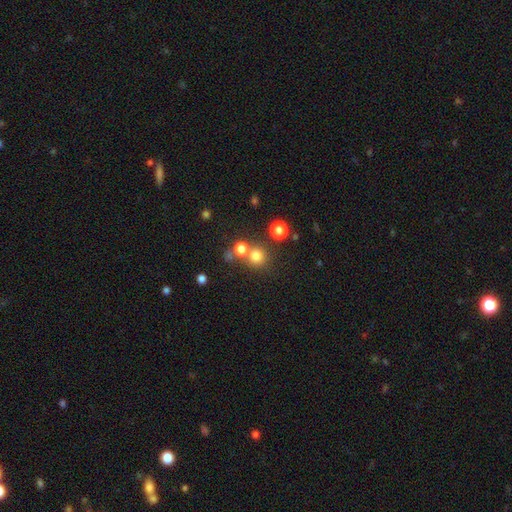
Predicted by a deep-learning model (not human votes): The model was most divided on "merging": none: 65%, merger: 23%, minor disturbance: 8%, major disturbance: 4%. More confident: how rounded — round (90%); smooth or featured — smooth (75%).